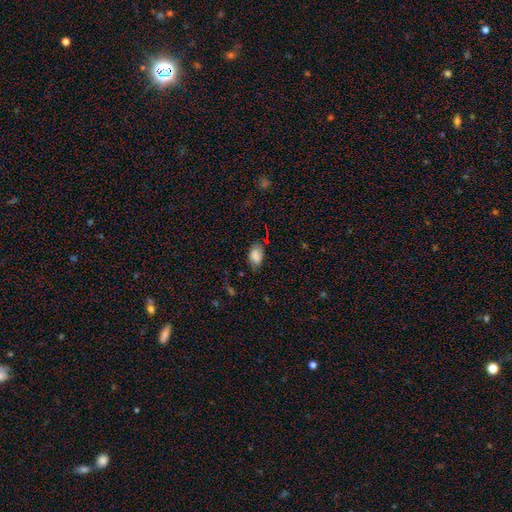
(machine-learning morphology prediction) Smooth or featured?
  - smooth: 82% *
  - featured or disk: 9%
  - star or artifact: 9%
How rounded?
  - in between: 91% *
  - round: 8%
  - cigar-shaped: 2%
Merging?
  - none: 62% *
  - minor disturbance: 28%
  - major disturbance: 7%
  - merger: 2%